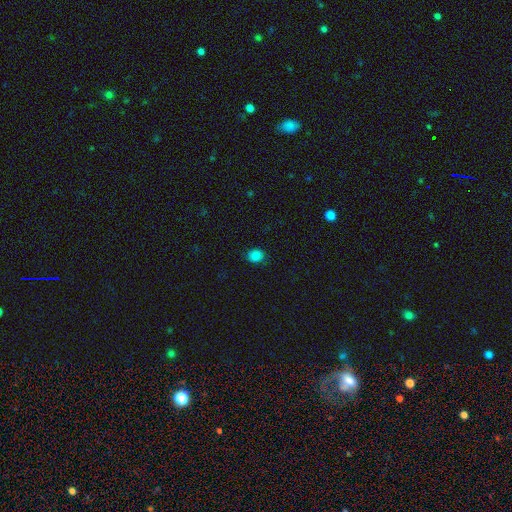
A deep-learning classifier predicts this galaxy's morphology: Overall: smooth (84%). How rounded: round (62%; in between 37%). Merging: none (86%).